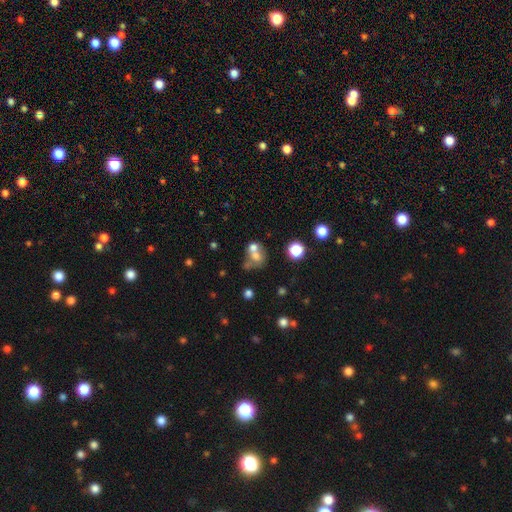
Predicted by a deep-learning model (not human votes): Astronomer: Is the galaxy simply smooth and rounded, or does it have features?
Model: smooth — 61%.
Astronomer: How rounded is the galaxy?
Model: round — 65%.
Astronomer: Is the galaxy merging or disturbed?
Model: merger — 57%.